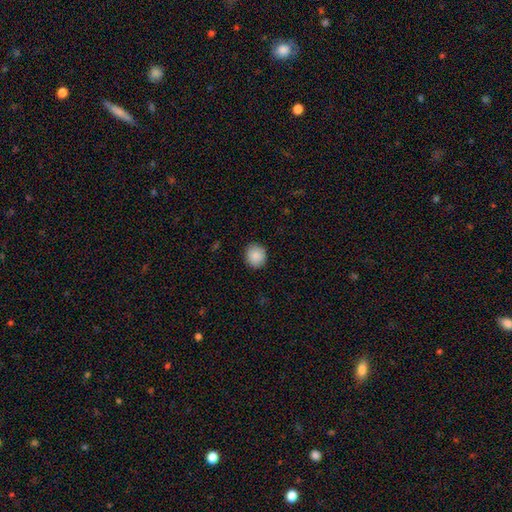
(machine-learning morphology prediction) A smooth galaxy with no disk features (88%) that is round (87%). Merging: none (89%).